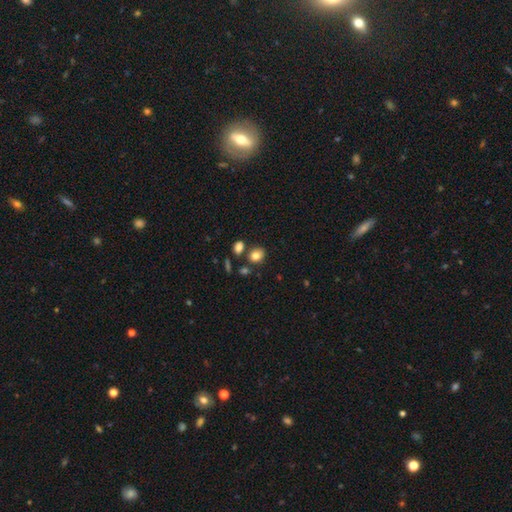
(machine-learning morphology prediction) Q: Smooth or featured?
A: smooth (81%); runner-up: star or artifact (11%)
Q: How rounded?
A: round (60%); runner-up: in between (39%)
Q: Merging?
A: none (73%); runner-up: merger (13%)